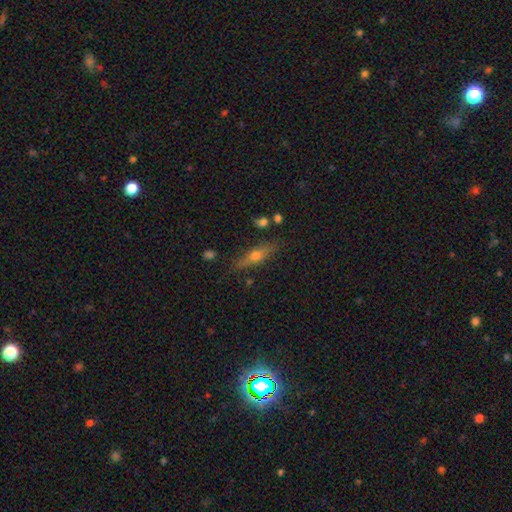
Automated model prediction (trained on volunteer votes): Smooth or featured? featured or disk (49%)
Merging? none (77%)